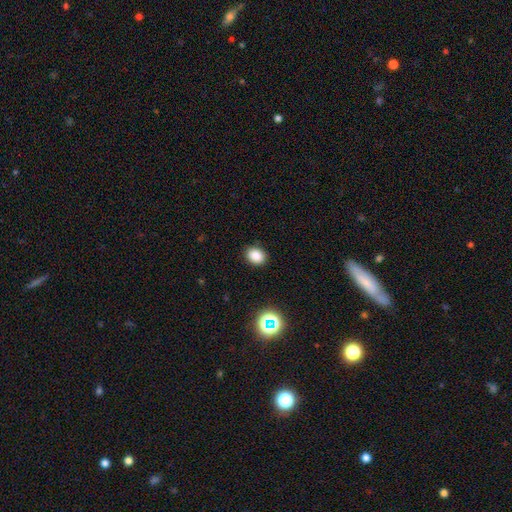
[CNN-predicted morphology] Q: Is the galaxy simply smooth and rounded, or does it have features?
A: smooth — 84%.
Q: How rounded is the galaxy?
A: in between — 52%.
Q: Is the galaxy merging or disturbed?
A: none — 89%.